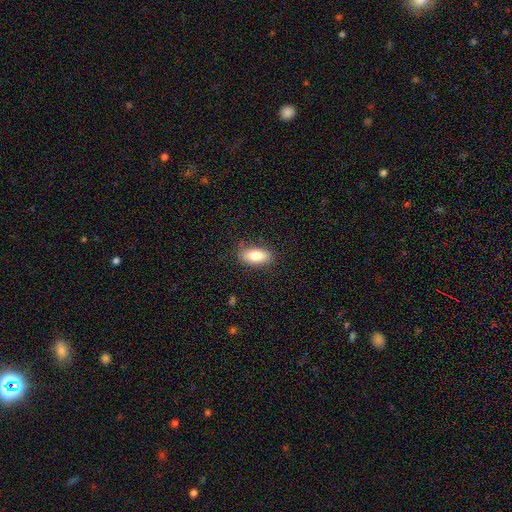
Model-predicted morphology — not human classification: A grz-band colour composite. It shows a smooth galaxy with no disk features (81%) that is in between round and cigar-shaped (87%). Merging: none (82%).